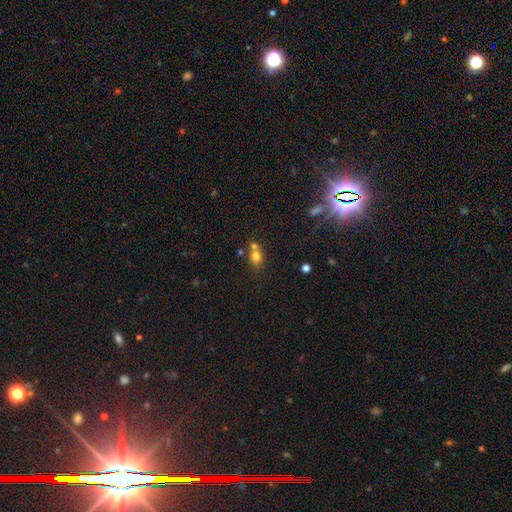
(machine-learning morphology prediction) type=smooth (76%); roundness=round (55%); merging=none (44%).